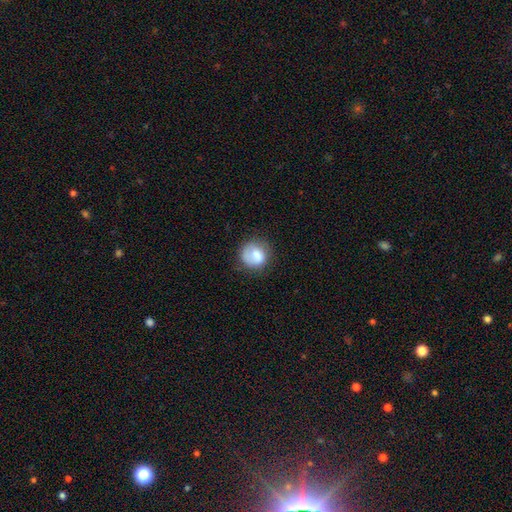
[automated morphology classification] smooth 72%, featured or disk 21%, star or artifact 7%. Down the decision tree: how rounded — round (80%); merging — none (63%).